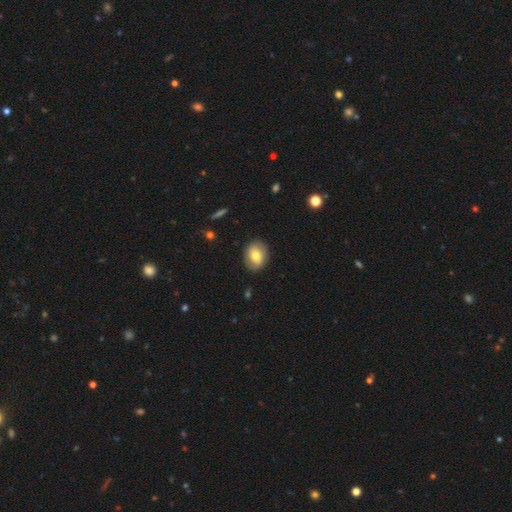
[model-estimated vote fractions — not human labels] Smooth or featured? smooth (67%)
How rounded? in between (59%)
Merging? none (84%)